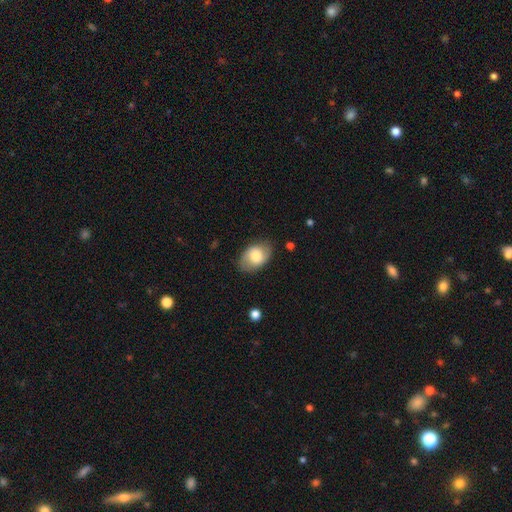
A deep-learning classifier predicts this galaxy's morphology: This appears to be a smooth galaxy with no disk features (65%) that is in between round and cigar-shaped (83%). Merging: none (79%).